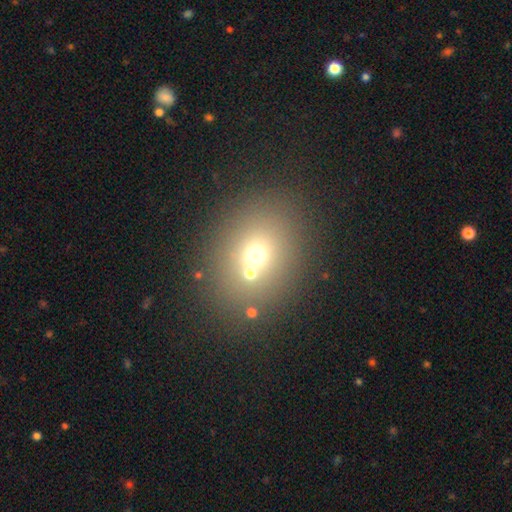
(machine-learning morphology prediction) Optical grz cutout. It shows a smooth galaxy with no disk features (64%) that is round (61%). Merging: none (65%).